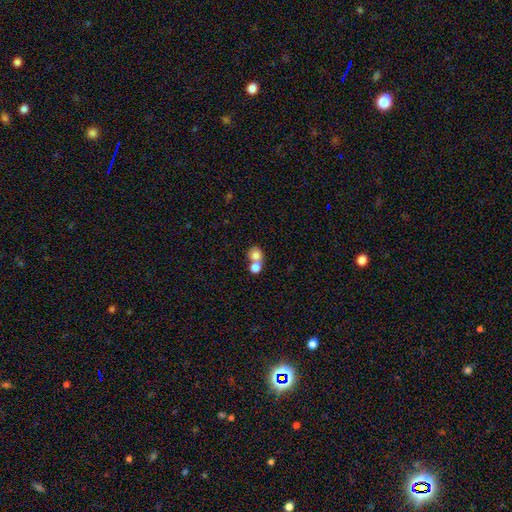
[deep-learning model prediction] Morphology: type=smooth (78%); roundness=round (76%); merging=merger (61%).